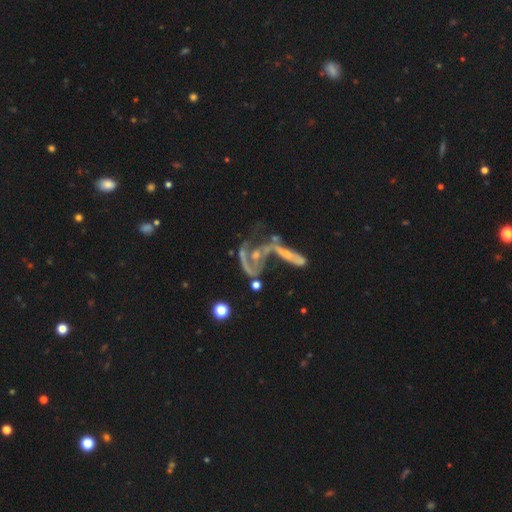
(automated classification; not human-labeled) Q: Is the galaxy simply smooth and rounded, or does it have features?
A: featured or disk — 72%.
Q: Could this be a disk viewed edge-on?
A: no — 90%.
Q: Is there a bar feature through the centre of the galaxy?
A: no — 69%.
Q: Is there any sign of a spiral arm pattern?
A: yes — 58%.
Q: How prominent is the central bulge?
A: small — 40%.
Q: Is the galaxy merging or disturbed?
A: merger — 54%.